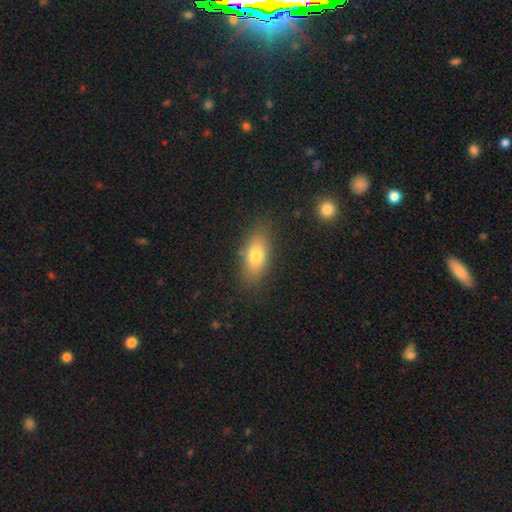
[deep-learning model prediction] This appears to be a smooth galaxy with no disk features (74%) that is in between round and cigar-shaped (82%). Merging: none (82%).